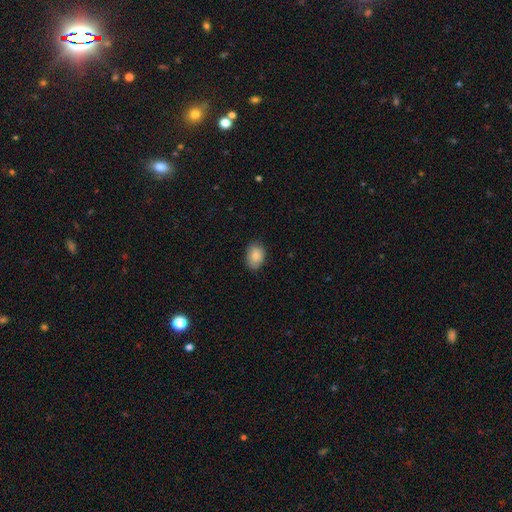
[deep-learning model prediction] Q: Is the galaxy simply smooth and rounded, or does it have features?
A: smooth — 85%.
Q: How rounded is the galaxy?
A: in between — 75%.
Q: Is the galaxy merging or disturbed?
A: none — 79%.